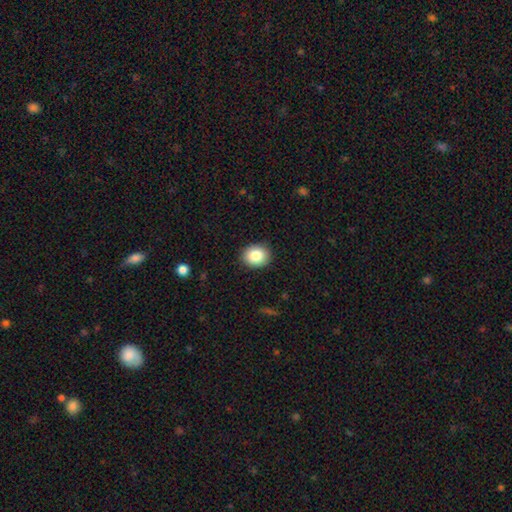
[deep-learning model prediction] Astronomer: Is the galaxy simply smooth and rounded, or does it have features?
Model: smooth — 84%.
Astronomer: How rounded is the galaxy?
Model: round — 57% (runner-up: in between, 43%).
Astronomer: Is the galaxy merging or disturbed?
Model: none — 90%.